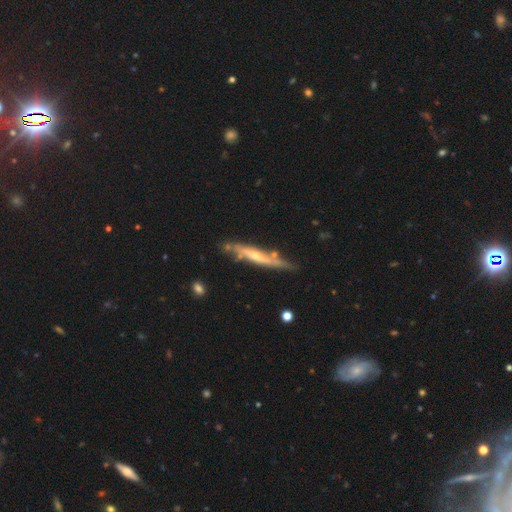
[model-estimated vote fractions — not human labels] Smooth or featured: featured or disk — 68% (smooth — 26%)
Edge-on disk: yes — 81% (no — 19%)
Edge-on bulge: rounded — 66% (none — 29%)
Merging: none — 66% (minor disturbance — 22%)